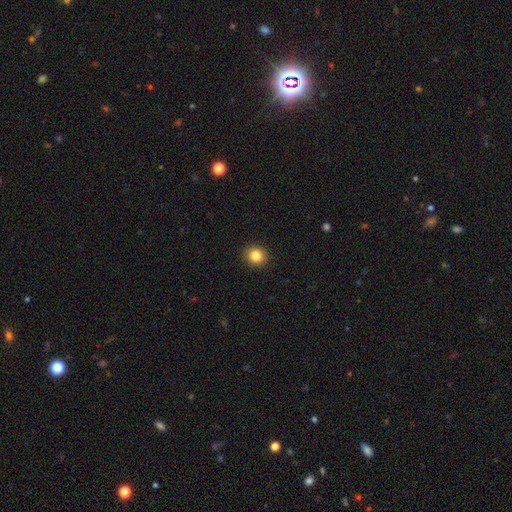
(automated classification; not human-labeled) This appears to be a smooth galaxy with no disk features (85%) that is round (86%). Merging: none (92%).